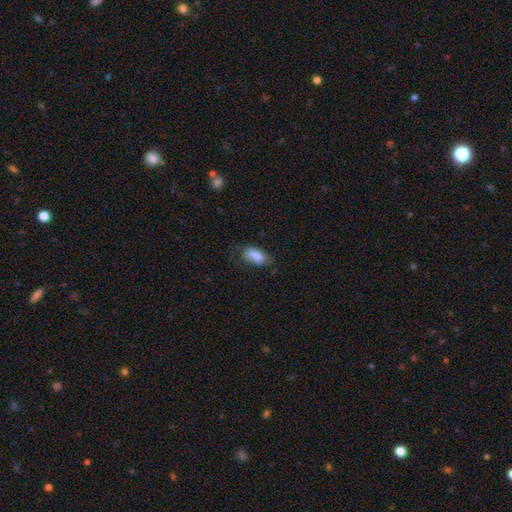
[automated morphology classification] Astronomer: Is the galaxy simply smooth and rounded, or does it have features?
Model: smooth — 79%.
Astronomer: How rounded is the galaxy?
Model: in between — 88%.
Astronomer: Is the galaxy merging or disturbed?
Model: none — 51% (runner-up: minor disturbance, 29%).